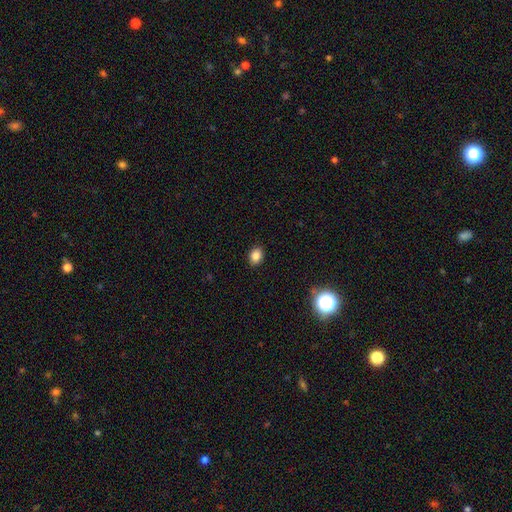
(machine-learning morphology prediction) Smooth or featured?
  - smooth: 84% *
  - star or artifact: 11%
  - featured or disk: 5%
How rounded?
  - in between: 57% *
  - round: 42%
  - cigar-shaped: 1%
Merging?
  - none: 90% *
  - minor disturbance: 7%
  - major disturbance: 2%
  - merger: 1%